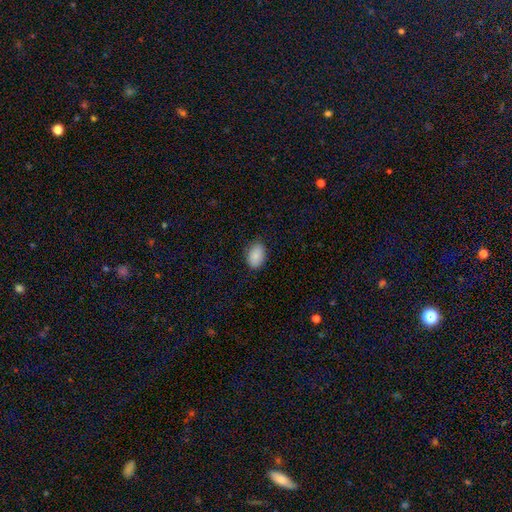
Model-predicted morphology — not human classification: Q: Smooth or featured?
A: smooth (87%); runner-up: star or artifact (7%)
Q: How rounded?
A: in between (81%); runner-up: round (18%)
Q: Merging?
A: none (82%); runner-up: minor disturbance (14%)